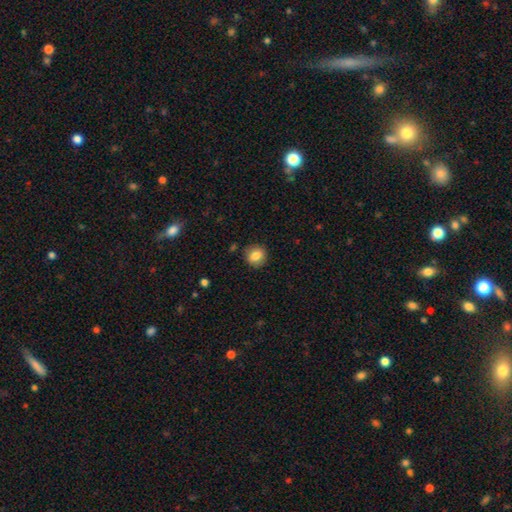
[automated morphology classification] This is clearly a smooth galaxy (82%). How rounded: clearly round (84%). Merging: clearly none (87%).